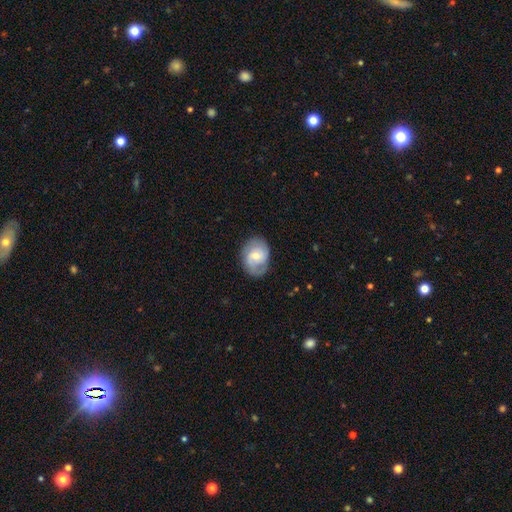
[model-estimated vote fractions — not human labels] Morphology: type=featured or disk (49%); merging=none (68%).